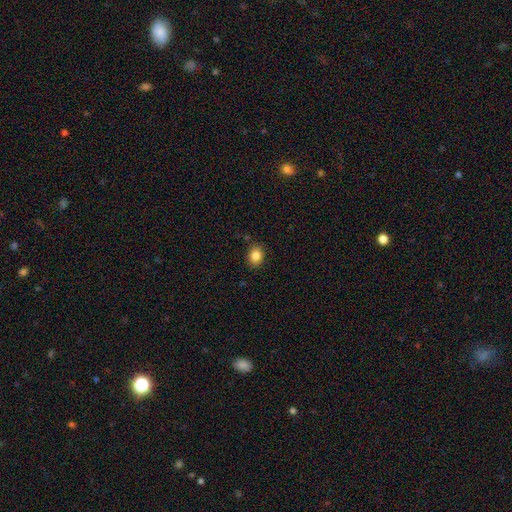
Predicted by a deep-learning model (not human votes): smooth-or-featured: smooth: 85% | star or artifact: 10% | featured or disk: 5%
  how-rounded: round: 50% | in between: 49% | cigar-shaped: 1%
  merging: none: 85% | minor disturbance: 11% | major disturbance: 2% | merger: 2%